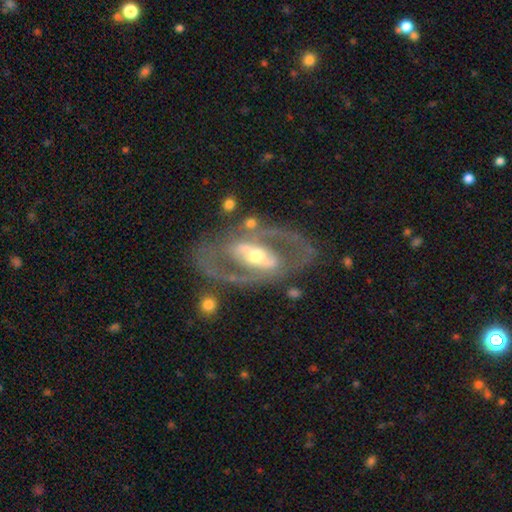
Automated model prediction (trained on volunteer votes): Smooth or featured? featured or disk (83%)
Edge-on disk? no (92%)
Bar? strong (48%)
Spiral arms? yes (60%)
Bulge size? moderate (66%)
Merging? none (71%)